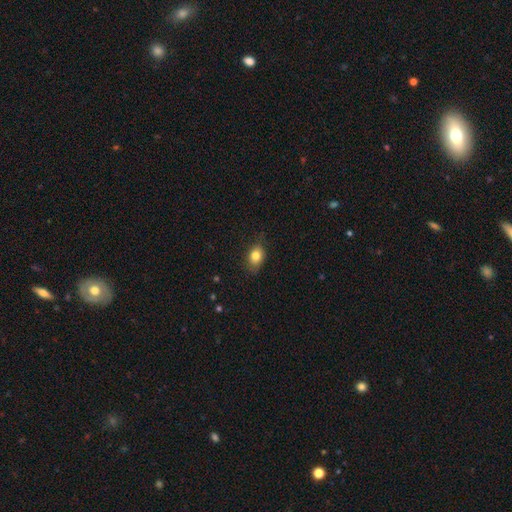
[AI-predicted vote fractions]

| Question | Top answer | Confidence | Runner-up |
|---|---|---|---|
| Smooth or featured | smooth | 80% | featured or disk (10%) |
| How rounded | in between | 70% | round (28%) |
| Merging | none | 77% | minor disturbance (18%) |